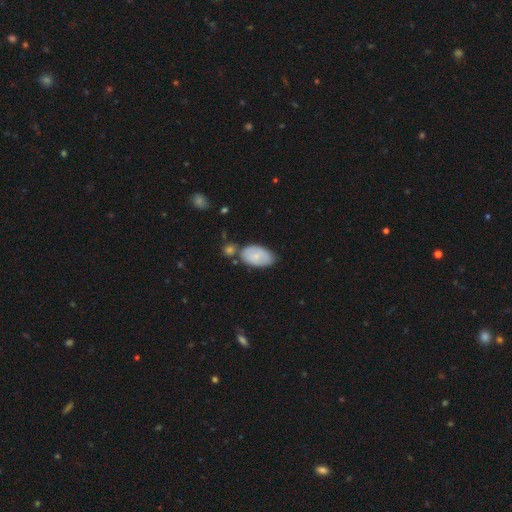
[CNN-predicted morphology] This appears to be a smooth galaxy with no disk features (71%) that is in between round and cigar-shaped (94%). Merging: none (54%).